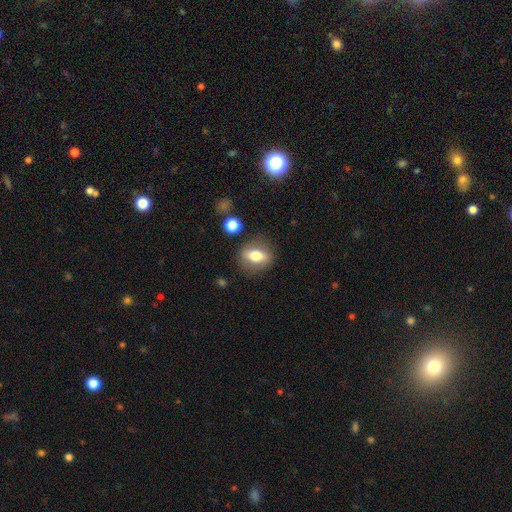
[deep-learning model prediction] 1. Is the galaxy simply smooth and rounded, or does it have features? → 66% smooth, 26% featured or disk, 8% star or artifact.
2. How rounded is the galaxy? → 66% in between, 28% round, 6% cigar-shaped.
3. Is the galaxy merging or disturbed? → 80% none, 13% minor disturbance, 5% major disturbance, 2% merger.